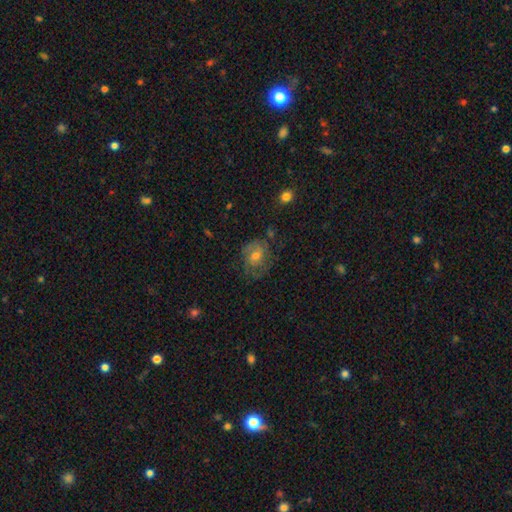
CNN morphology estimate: The model was most divided on "smooth or featured": featured or disk: 56%, smooth: 32%, star or artifact: 13%. More confident: edge-on disk — no (97%); spiral arms — yes (77%); merging — none (65%); bulge size — moderate (63%); bar — no (59%).